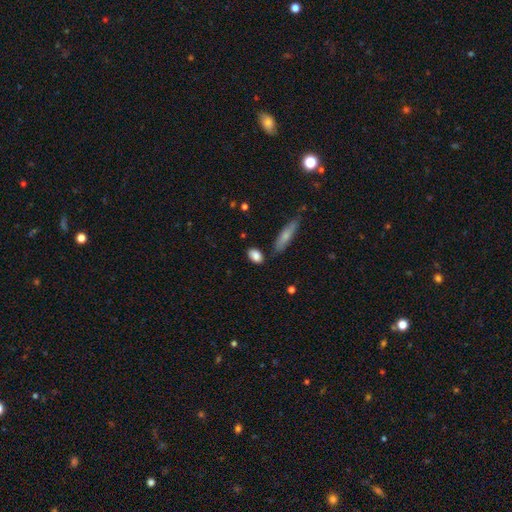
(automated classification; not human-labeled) This is clearly a smooth galaxy (85%). How rounded: clearly in between (85%). Merging: likely none (76%).